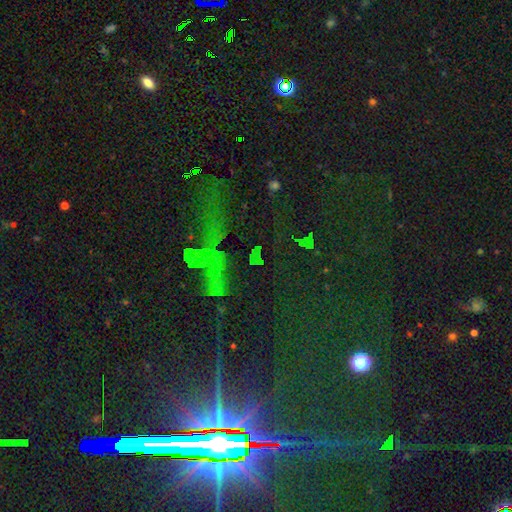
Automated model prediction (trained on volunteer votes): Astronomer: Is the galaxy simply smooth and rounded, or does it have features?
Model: star or artifact — 74%.